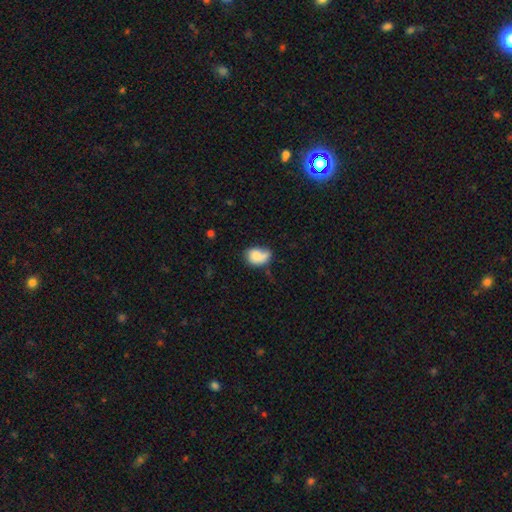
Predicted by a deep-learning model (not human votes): The model was most divided on "merging": none: 38%, minor disturbance: 31%, major disturbance: 16%, merger: 15%. More confident: smooth or featured — smooth (73%); how rounded — in between (67%).